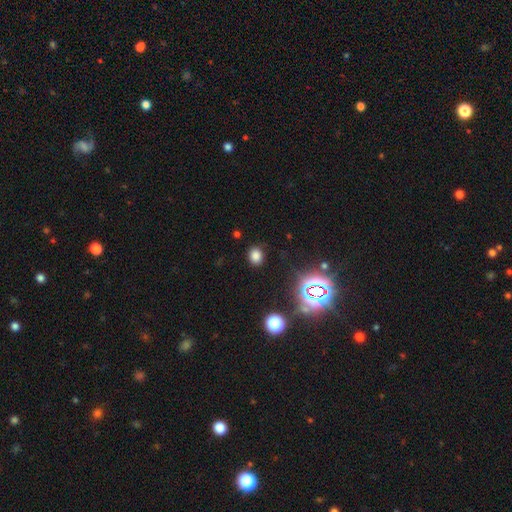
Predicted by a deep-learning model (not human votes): Overall: smooth (74%). How rounded: round (56%; in between 43%). Merging: none (87%).